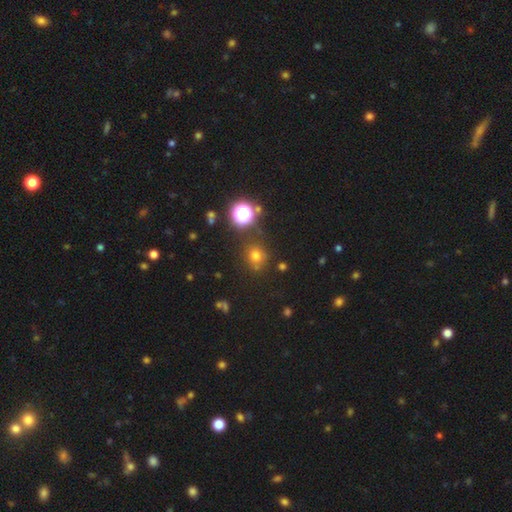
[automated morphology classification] A smooth galaxy with no disk features (66%) that is round (84%). Merging: none (80%).